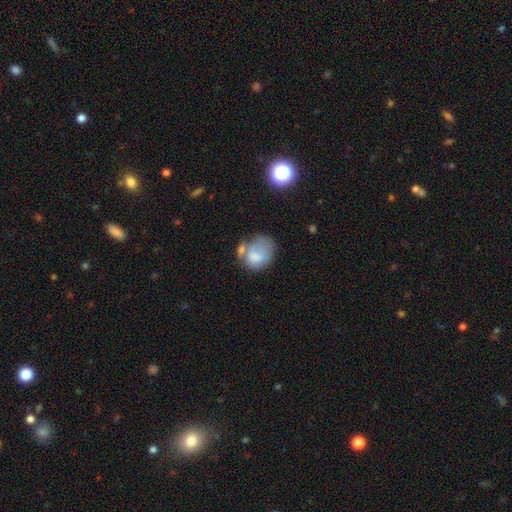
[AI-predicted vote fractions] smooth 68%, featured or disk 24%, star or artifact 9%. Down the decision tree: how rounded — in between (58%); merging — none (29%).